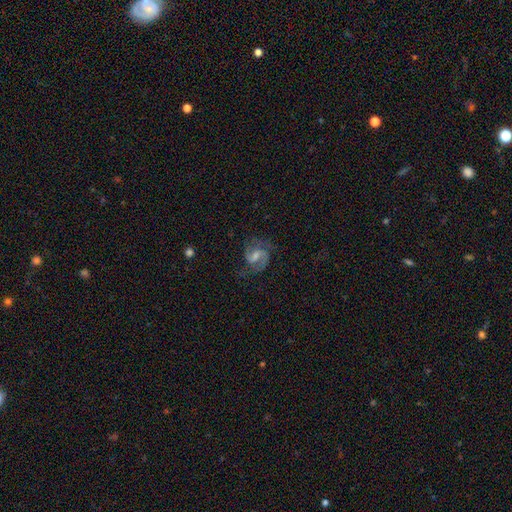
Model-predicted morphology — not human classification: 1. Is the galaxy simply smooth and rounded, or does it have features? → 85% featured or disk, 9% smooth, 6% star or artifact.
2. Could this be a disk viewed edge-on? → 98% no, 2% yes.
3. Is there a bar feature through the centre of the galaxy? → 57% weak, 22% no, 20% strong.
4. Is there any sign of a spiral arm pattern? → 97% yes, 3% no.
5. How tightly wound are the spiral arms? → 57% medium, 26% loose, 17% tight.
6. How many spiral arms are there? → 87% 2, 4% can't tell, 4% 3, 3% 1, 1% 4, 1% more than 4.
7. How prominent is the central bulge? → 44% moderate, 42% small, 9% none, 4% large, 1% dominant.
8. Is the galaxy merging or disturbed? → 69% none, 18% minor disturbance, 12% major disturbance, 1% merger.